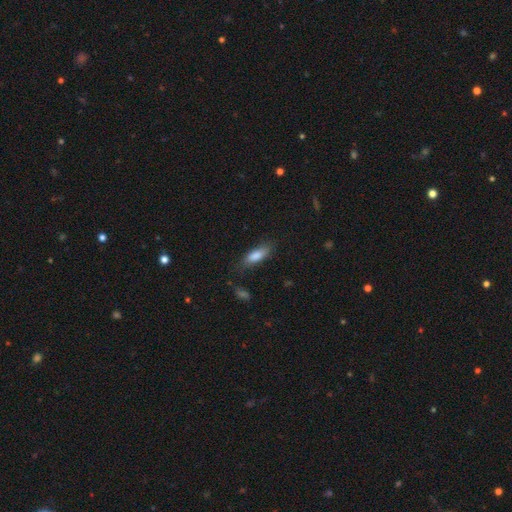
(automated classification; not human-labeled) A smooth galaxy with no disk features (81%) that is in between round and cigar-shaped (58%). Merging: none (76%).